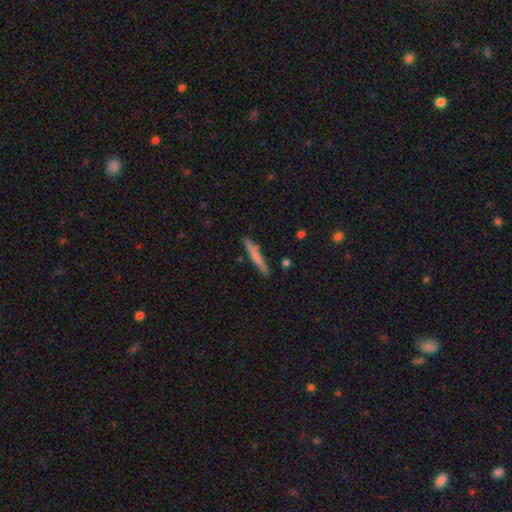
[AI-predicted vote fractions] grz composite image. It shows a smooth galaxy with no disk features (62%) that is cigar-shaped (95%). Merging: none (86%).